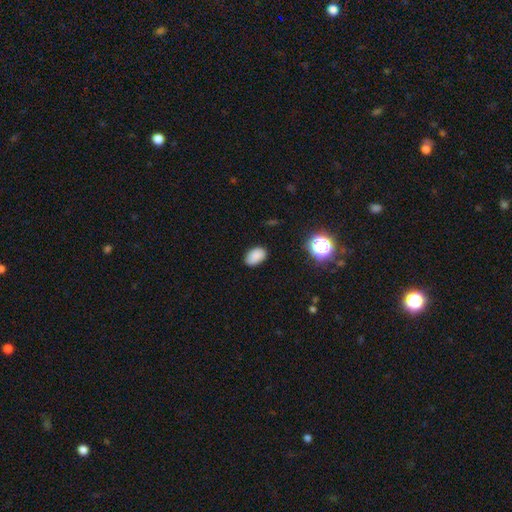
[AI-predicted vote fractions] Q: Smooth or featured?
A: smooth (84%); runner-up: star or artifact (11%)
Q: How rounded?
A: in between (88%); runner-up: round (11%)
Q: Merging?
A: none (81%); runner-up: minor disturbance (14%)